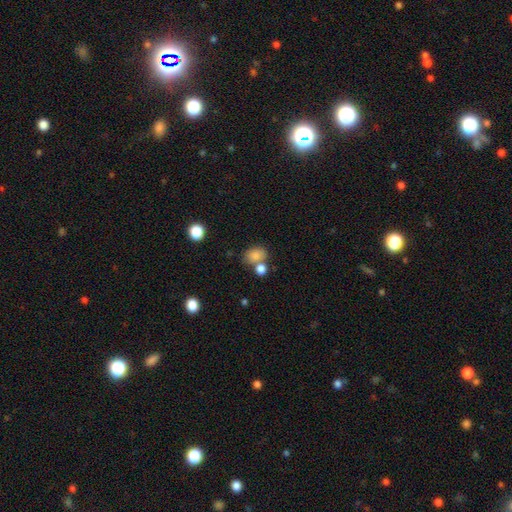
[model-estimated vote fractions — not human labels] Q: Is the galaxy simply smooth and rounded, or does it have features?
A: smooth — 80%.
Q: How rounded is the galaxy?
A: in between — 66%.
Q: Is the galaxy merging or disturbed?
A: none — 52%.